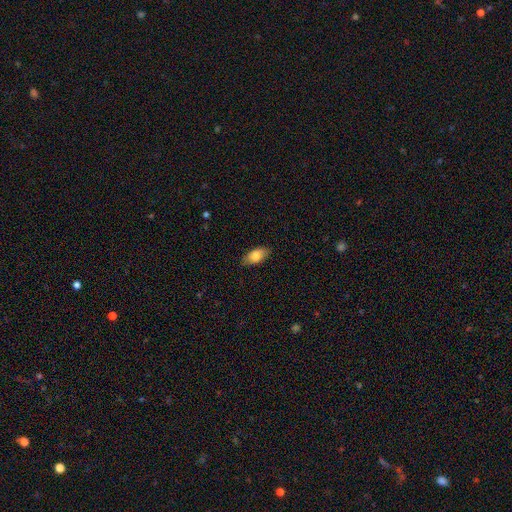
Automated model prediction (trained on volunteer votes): Smooth or featured? smooth (81%)
How rounded? in between (89%)
Merging? none (84%)